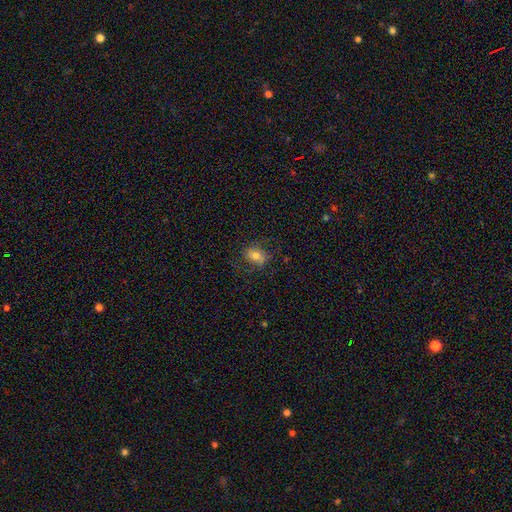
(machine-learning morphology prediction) smooth 65%, featured or disk 24%, star or artifact 11%. Down the decision tree: how rounded — in between (63%); merging — none (70%).